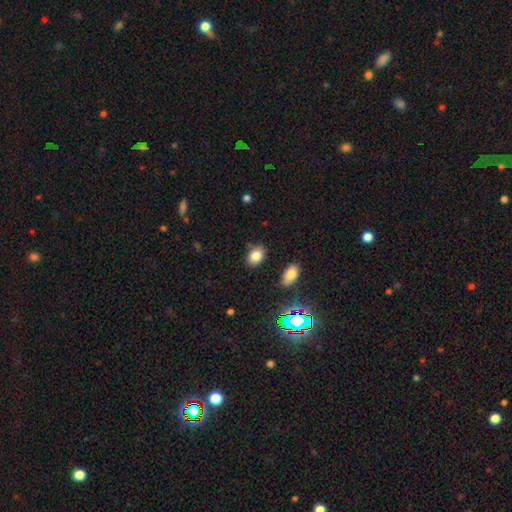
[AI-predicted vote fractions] A smooth galaxy with no disk features (80%) that is in between round and cigar-shaped (78%). Merging: none (79%).